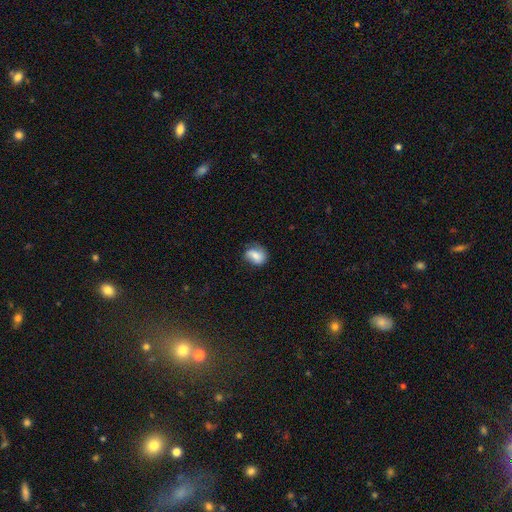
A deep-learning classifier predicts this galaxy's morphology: A smooth galaxy with no disk features (71%) that is in between round and cigar-shaped (63%). Merging: none (58%).